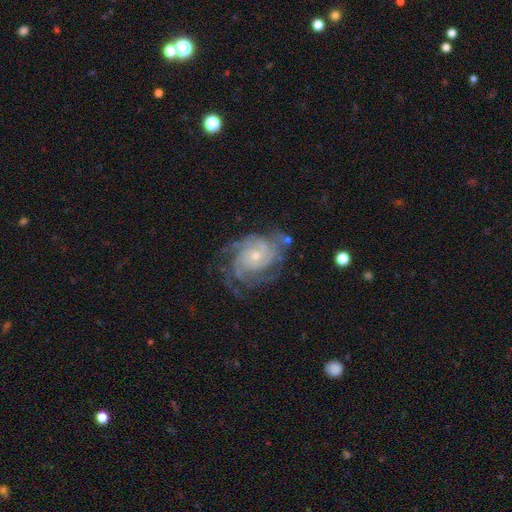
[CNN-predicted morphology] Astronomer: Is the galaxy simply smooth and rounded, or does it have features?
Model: featured or disk — 89%.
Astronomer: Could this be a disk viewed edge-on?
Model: no — 97%.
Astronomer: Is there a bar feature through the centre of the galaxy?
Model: no — 74%.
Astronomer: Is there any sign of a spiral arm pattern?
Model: yes — 98%.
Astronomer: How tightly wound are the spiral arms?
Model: tight — 65%.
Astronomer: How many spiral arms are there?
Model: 4 — 28% (runner-up: 3, 27%).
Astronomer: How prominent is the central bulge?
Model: small — 66%.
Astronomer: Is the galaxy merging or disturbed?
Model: none — 69%.